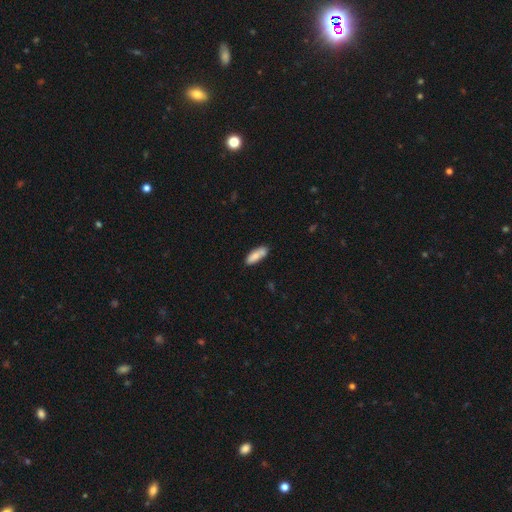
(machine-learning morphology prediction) Smooth or featured? Predicted: smooth (p=0.78). How rounded? Predicted: in between (p=0.67). Merging? Predicted: none (p=0.70).